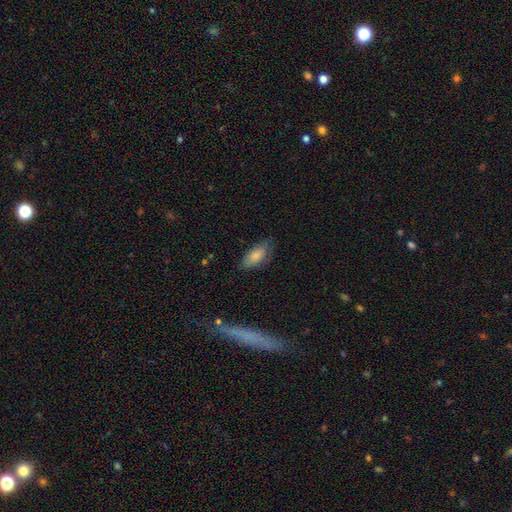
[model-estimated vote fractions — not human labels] smooth-or-featured: smooth: 82% | featured or disk: 11% | star or artifact: 7%
  how-rounded: in between: 85% | cigar-shaped: 12% | round: 3%
  merging: none: 69% | minor disturbance: 24% | major disturbance: 5% | merger: 2%